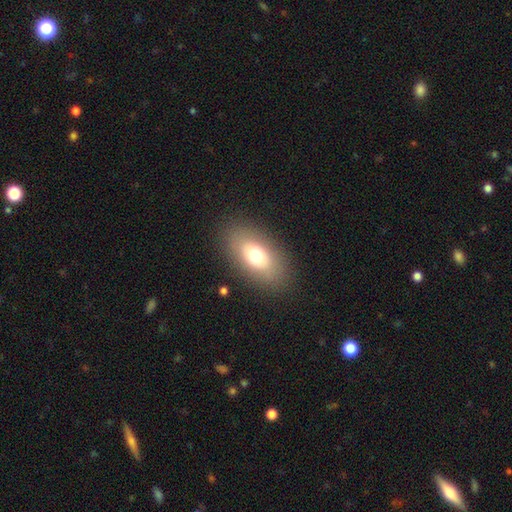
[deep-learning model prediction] The model was most divided on "smooth or featured": smooth: 69%, featured or disk: 22%, star or artifact: 9%. More confident: how rounded — in between (89%); merging — none (85%).